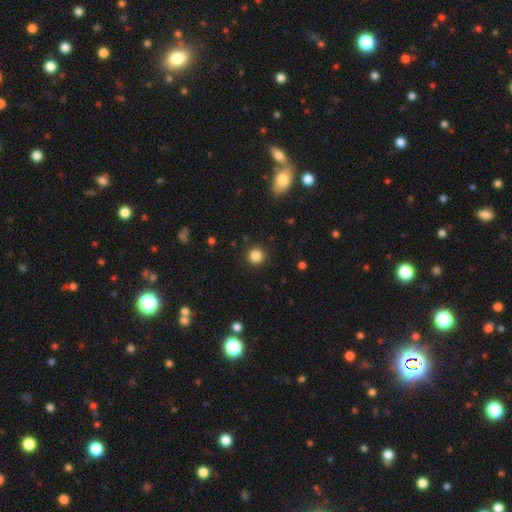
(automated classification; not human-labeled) This is clearly a smooth galaxy (85%). How rounded: clearly round (95%). Merging: clearly none (92%).